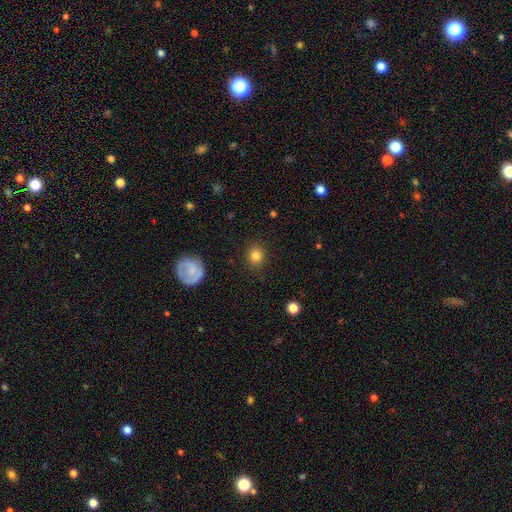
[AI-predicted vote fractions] Smooth or featured: smooth — 82% (star or artifact — 11%)
How rounded: round — 81% (in between — 18%)
Merging: none — 88% (minor disturbance — 8%)